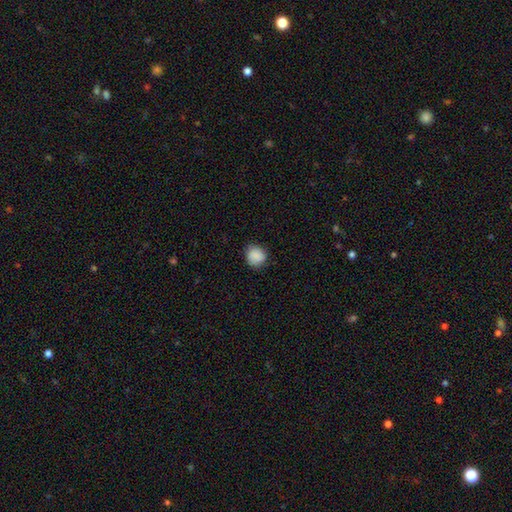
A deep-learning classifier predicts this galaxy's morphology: smooth 87%, star or artifact 8%, featured or disk 6%. Down the decision tree: how rounded — round (82%); merging — none (81%).